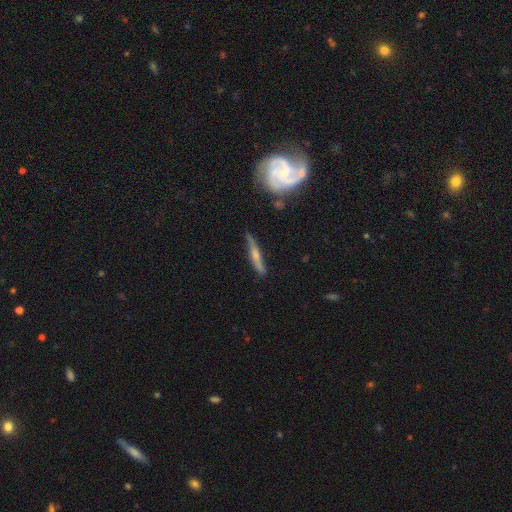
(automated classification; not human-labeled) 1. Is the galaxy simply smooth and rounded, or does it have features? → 56% featured or disk, 37% smooth, 6% star or artifact.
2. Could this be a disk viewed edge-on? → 84% yes, 16% no.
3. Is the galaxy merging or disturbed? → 72% none, 20% minor disturbance, 5% major disturbance, 3% merger.